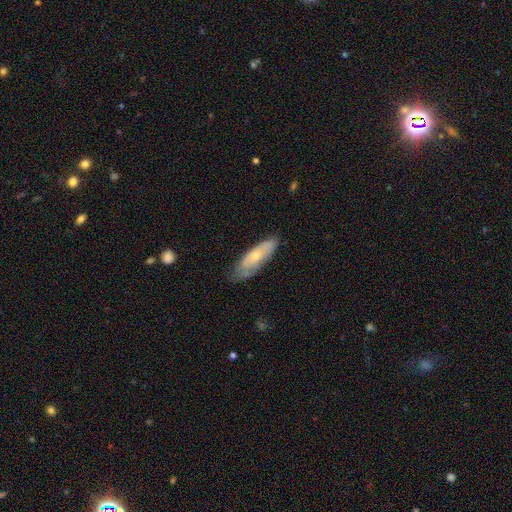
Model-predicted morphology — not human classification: Smooth or featured? smooth (52%)
How rounded? in between (59%)
Merging? none (59%)